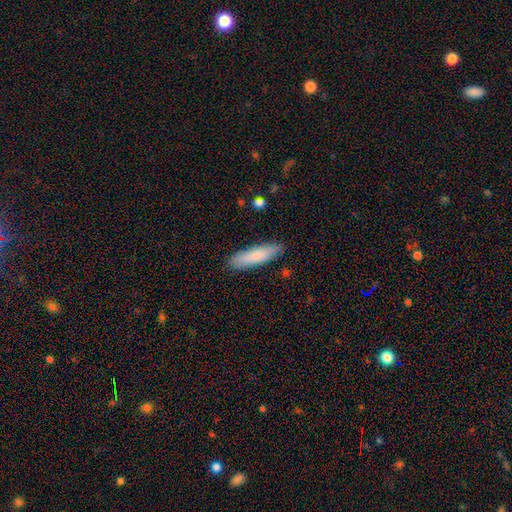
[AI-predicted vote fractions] smooth 81%, featured or disk 14%, star or artifact 6%. Down the decision tree: how rounded — cigar-shaped (69%); merging — none (87%).